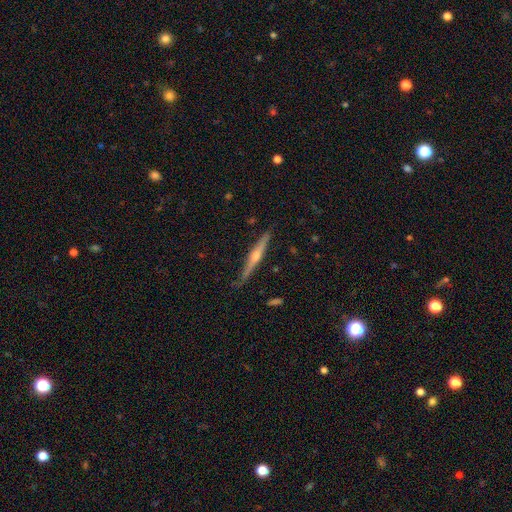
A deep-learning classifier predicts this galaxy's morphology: Q: Smooth or featured?
A: featured or disk (76%); runner-up: smooth (18%)
Q: Edge-on disk?
A: yes (98%); runner-up: no (2%)
Q: Edge-on bulge?
A: rounded (88%); runner-up: none (7%)
Q: Merging?
A: none (85%); runner-up: minor disturbance (11%)